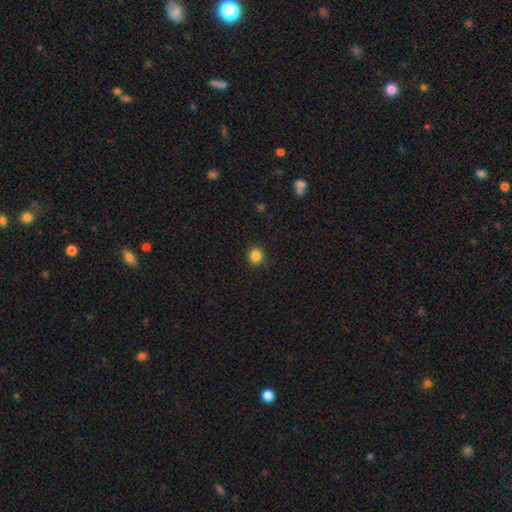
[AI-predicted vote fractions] Smooth or featured? smooth (85%)
How rounded? round (92%)
Merging? none (90%)